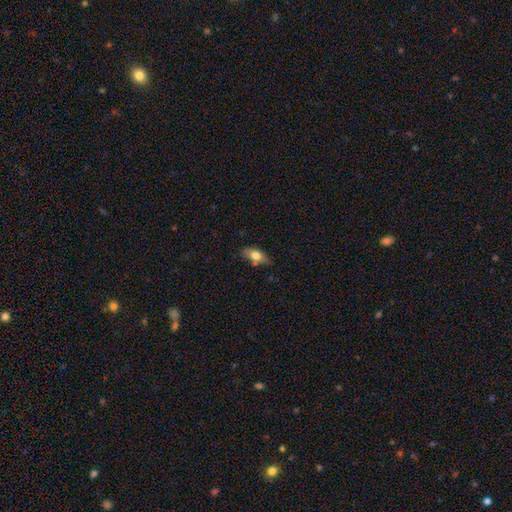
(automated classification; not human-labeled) Smooth or featured: smooth — 69% (featured or disk — 23%)
How rounded: in between — 83% (cigar-shaped — 12%)
Merging: none — 67% (minor disturbance — 22%)